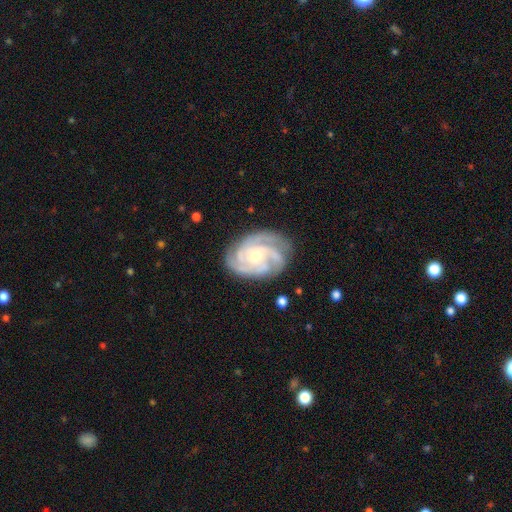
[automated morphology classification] featured or disk 90%, smooth 6%, star or artifact 5%. Down the decision tree: edge-on disk — no (98%); bar — no (69%); spiral arms — yes (98%); spiral arm count — 3 (47%); spiral winding — tight (66%); bulge size — small (51%); merging — none (78%).